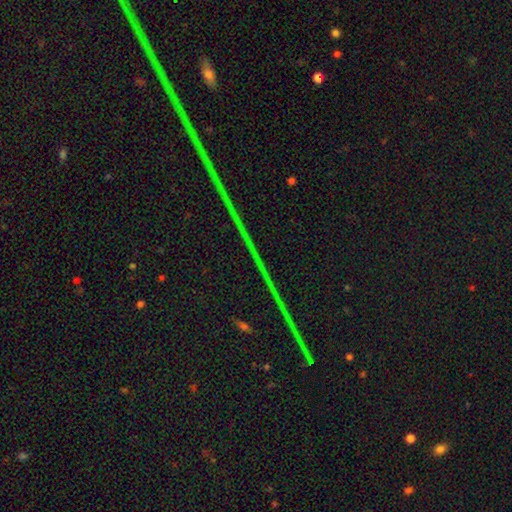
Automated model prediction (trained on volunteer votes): Smooth or featured? Predicted: star or artifact (p=0.84).